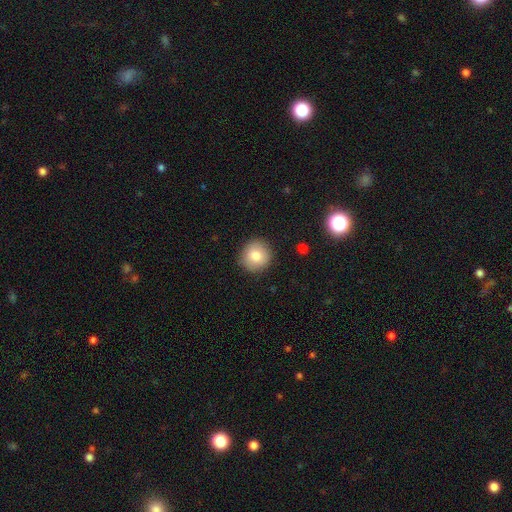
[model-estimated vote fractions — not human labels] Morphology: type=smooth (82%); roundness=round (93%); merging=none (90%).